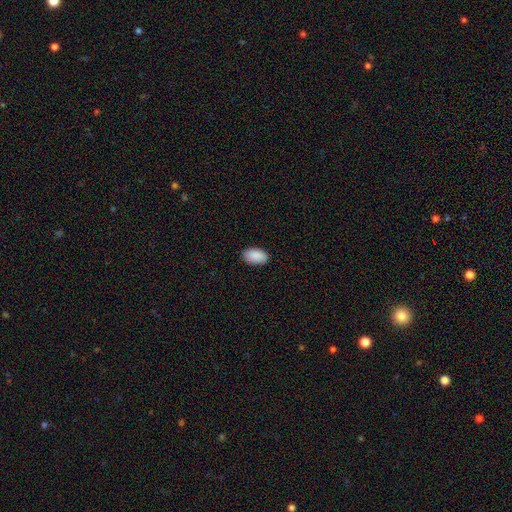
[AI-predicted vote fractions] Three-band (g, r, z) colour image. It shows a smooth galaxy with no disk features (90%) that is in between round and cigar-shaped (94%). Merging: none (84%).